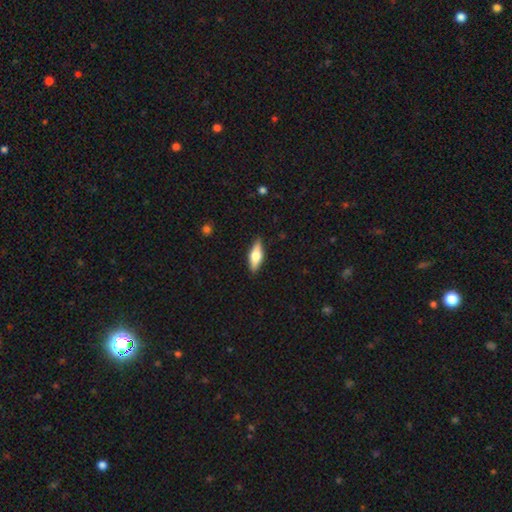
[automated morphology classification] A smooth galaxy with no disk features (58%) that is in between round and cigar-shaped (60%). Merging: none (88%).